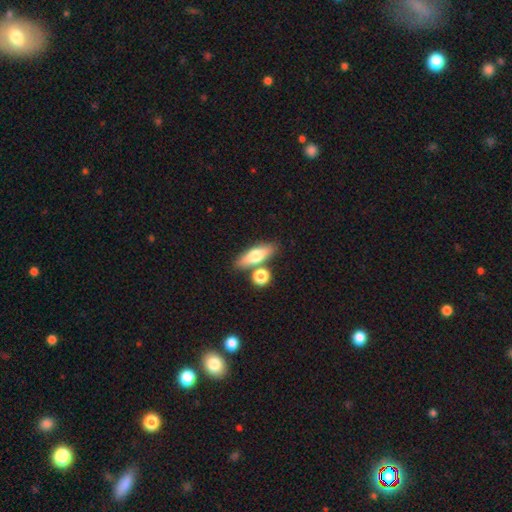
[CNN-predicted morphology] This appears to be a smooth galaxy with no disk features (63%) that is in between round and cigar-shaped (53%). Merging: none (70%).